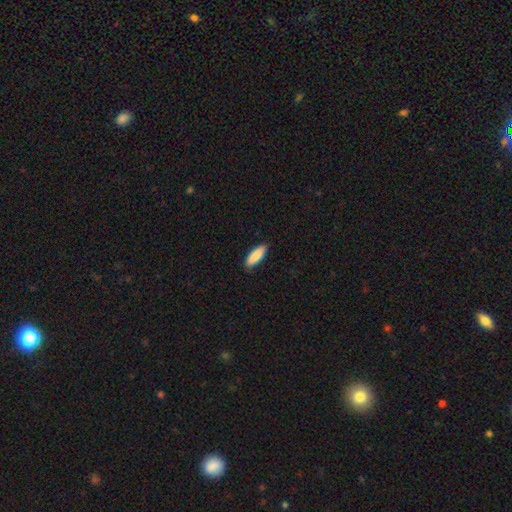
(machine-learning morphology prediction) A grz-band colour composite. It shows a smooth galaxy with no disk features (89%) that is in between round and cigar-shaped (59%). Merging: none (87%).